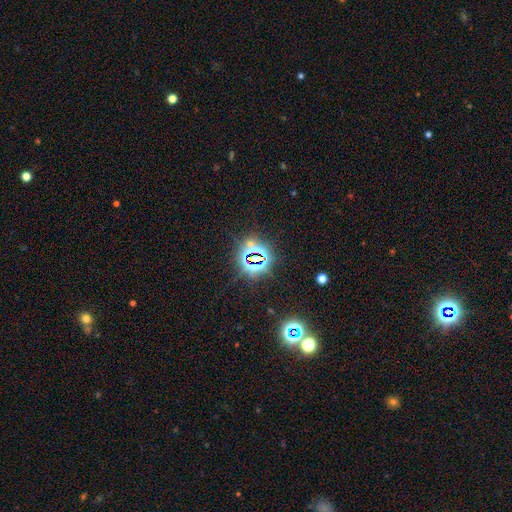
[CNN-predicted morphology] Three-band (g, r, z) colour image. It shows a star or artifact, not a galaxy (79%).